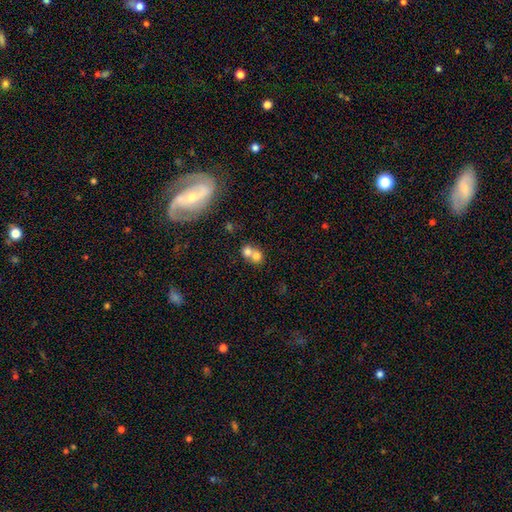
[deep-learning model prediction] Smooth or featured?
  - smooth: 73% *
  - featured or disk: 16%
  - star or artifact: 11%
How rounded?
  - round: 76% *
  - in between: 23%
  - cigar-shaped: 1%
Merging?
  - merger: 65% *
  - none: 28%
  - minor disturbance: 5%
  - major disturbance: 3%